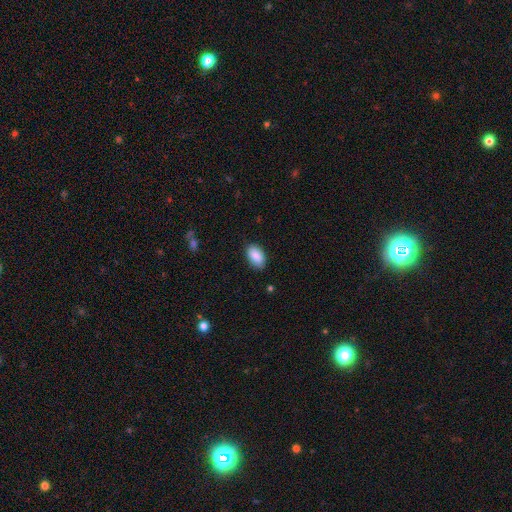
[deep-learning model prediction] Overall: smooth (89%). How rounded: in between (93%). Merging: none (84%).